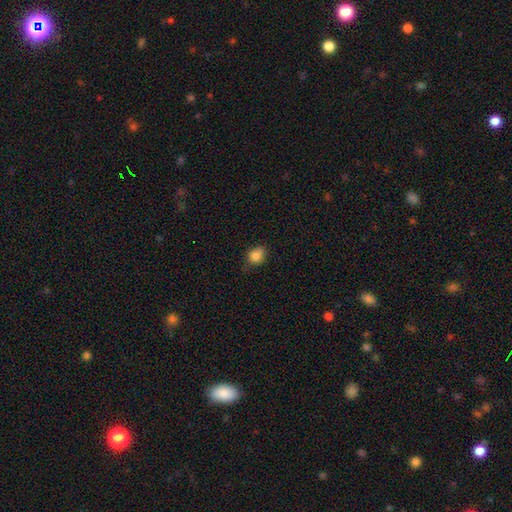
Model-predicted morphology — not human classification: type=smooth (84%); roundness=in between (51%); merging=none (60%).